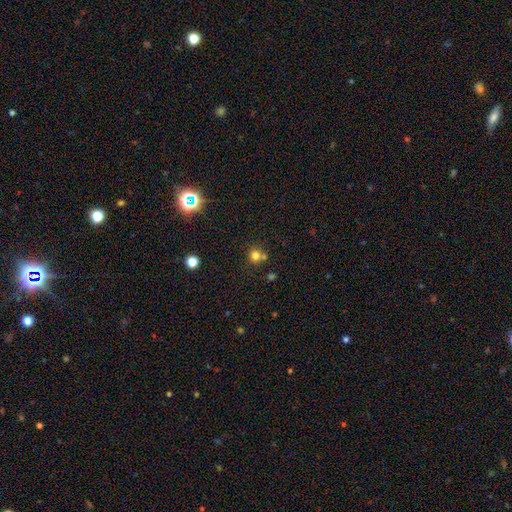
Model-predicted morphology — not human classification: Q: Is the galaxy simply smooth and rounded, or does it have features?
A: smooth — 75%.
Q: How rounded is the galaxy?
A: round — 91%.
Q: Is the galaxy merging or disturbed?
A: none — 64%.